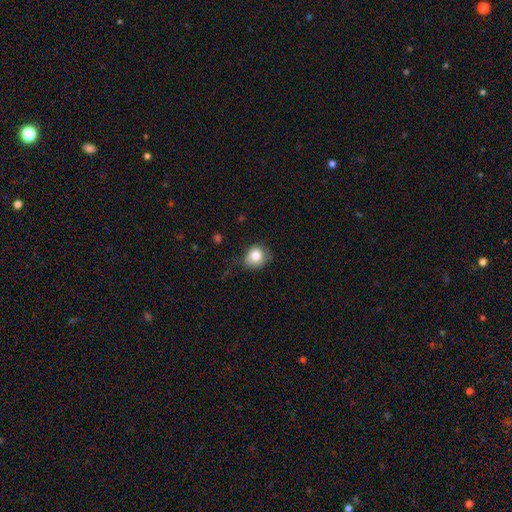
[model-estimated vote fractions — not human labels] smooth_or_featured: smooth (p=0.81) [alt: star or artifact p=0.10]
how_rounded: round (p=0.77) [alt: in between p=0.22]
merging: none (p=0.65) [alt: minor disturbance p=0.26]